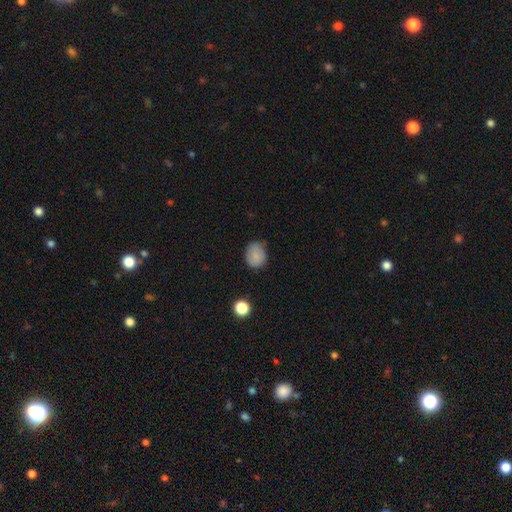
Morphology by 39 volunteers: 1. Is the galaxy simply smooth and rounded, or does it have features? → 82% smooth, 10% featured or disk, 8% star or artifact.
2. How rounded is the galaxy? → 59% in between, 41% round, 0% cigar-shaped.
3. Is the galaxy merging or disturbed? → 75% none, 19% minor disturbance, 6% major disturbance, 0% merger.